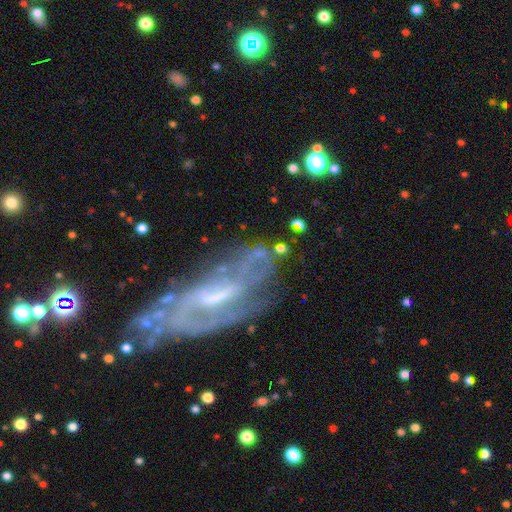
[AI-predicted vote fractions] The model was most divided on "bulge size": small: 33%, none: 31%, moderate: 30%, large: 5%, dominant: 1%. Remaining: edge-on disk — no (87%); smooth or featured — featured or disk (75%); spiral arms — yes (69%); merging — none (51%); bar — weak (42%).